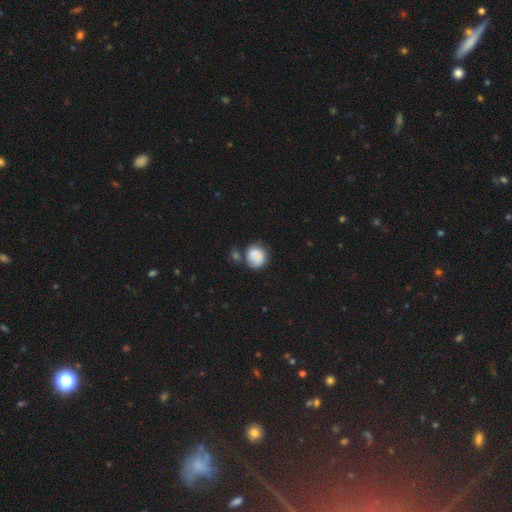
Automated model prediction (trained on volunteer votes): Smooth or featured?
  - smooth: 78% *
  - featured or disk: 14%
  - star or artifact: 8%
How rounded?
  - round: 78% *
  - in between: 21%
  - cigar-shaped: 1%
Merging?
  - none: 49% *
  - minor disturbance: 24%
  - merger: 17%
  - major disturbance: 10%